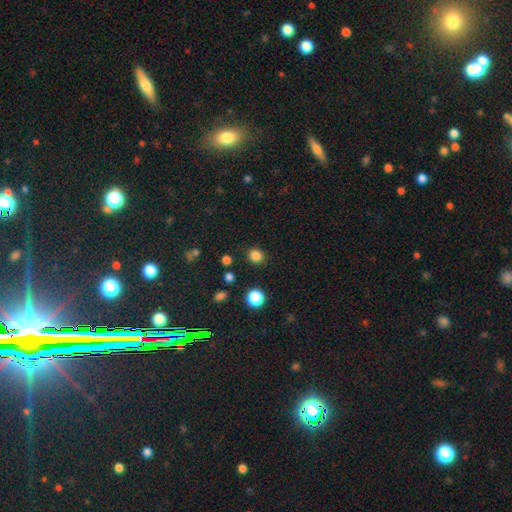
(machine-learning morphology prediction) The model was most divided on "smooth or featured": smooth: 83%, star or artifact: 14%, featured or disk: 4%. More confident: merging — none (88%); how rounded — round (86%).